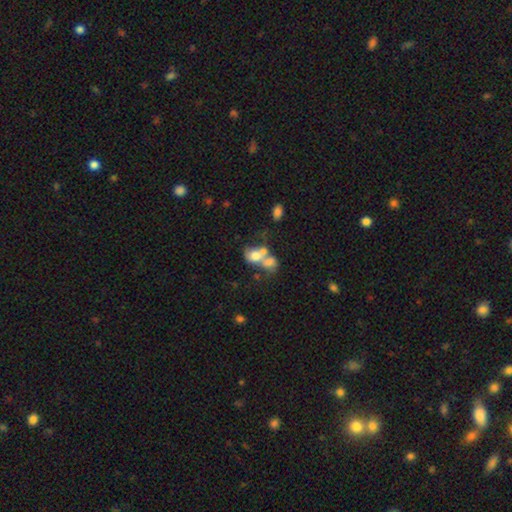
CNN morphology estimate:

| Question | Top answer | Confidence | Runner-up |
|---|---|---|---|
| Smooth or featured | smooth | 63% | featured or disk (26%) |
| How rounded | in between | 52% | round (47%) |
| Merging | merger | 68% | none (17%) |